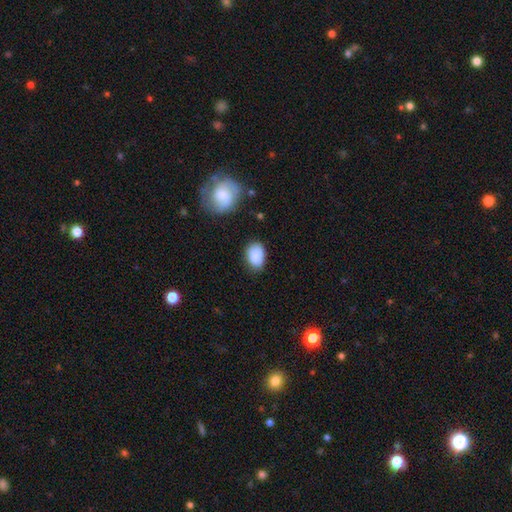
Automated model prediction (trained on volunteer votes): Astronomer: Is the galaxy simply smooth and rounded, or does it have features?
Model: smooth — 88%.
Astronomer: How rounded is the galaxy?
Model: in between — 80%.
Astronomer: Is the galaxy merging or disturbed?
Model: none — 69%.